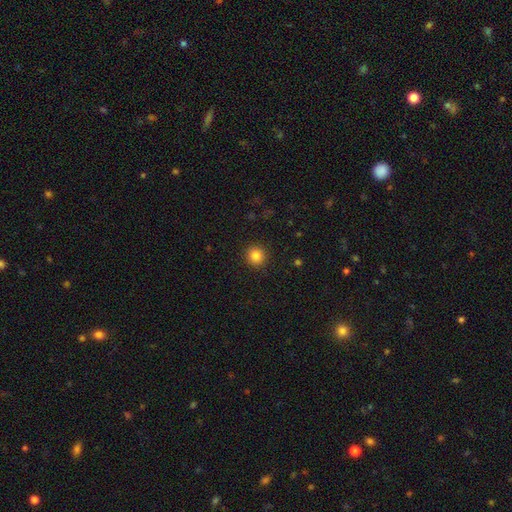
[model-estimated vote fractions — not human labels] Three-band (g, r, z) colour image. It shows a smooth galaxy with no disk features (85%) that is round (94%). Merging: none (92%).